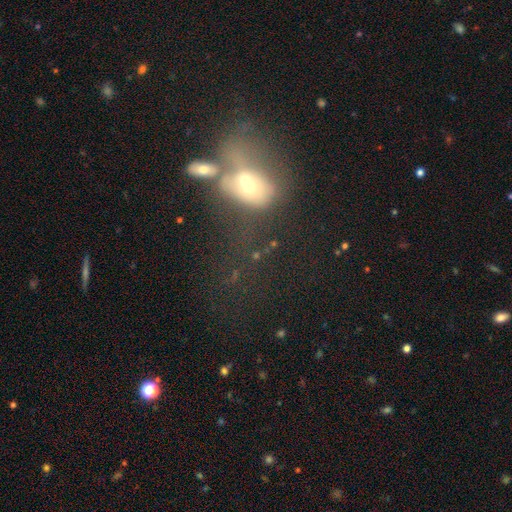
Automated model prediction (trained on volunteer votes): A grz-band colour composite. It shows a smooth galaxy with no disk features (43%). Merging: merger (44%).